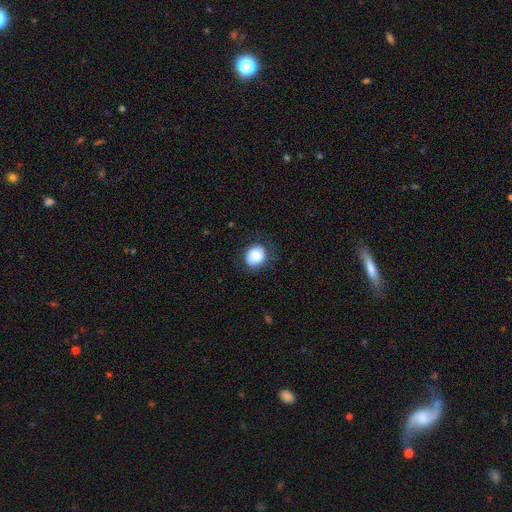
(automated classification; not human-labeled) A smooth galaxy with no disk features (80%) that is round (67%). Merging: none (69%).